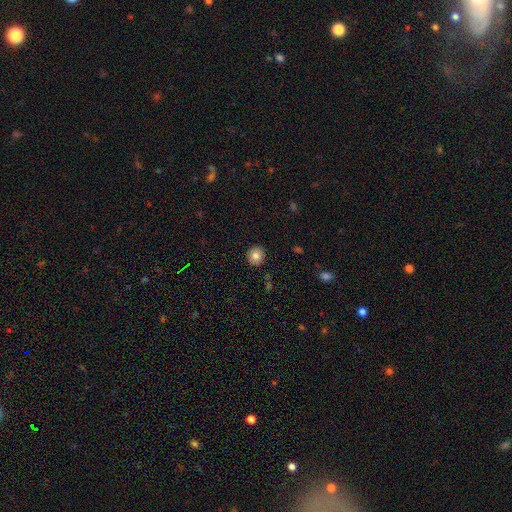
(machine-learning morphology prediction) Q: Smooth or featured?
A: smooth (80%); runner-up: featured or disk (10%)
Q: How rounded?
A: round (90%); runner-up: in between (9%)
Q: Merging?
A: none (90%); runner-up: minor disturbance (7%)